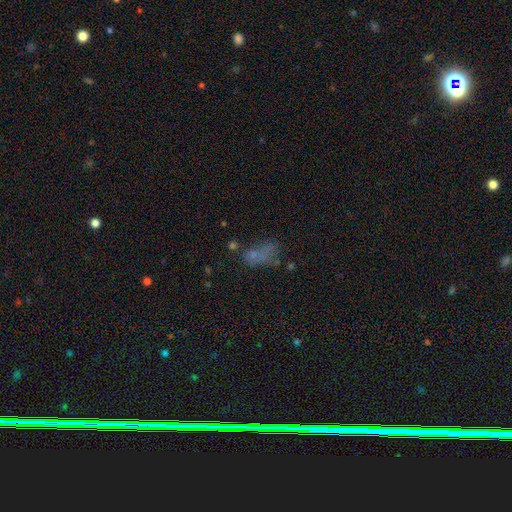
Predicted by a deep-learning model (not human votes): smooth-or-featured: smooth: 51% | star or artifact: 26% | featured or disk: 23%
  how-rounded: in between: 79% | round: 14% | cigar-shaped: 7%
  merging: none: 35% | major disturbance: 28% | minor disturbance: 19% | merger: 18%